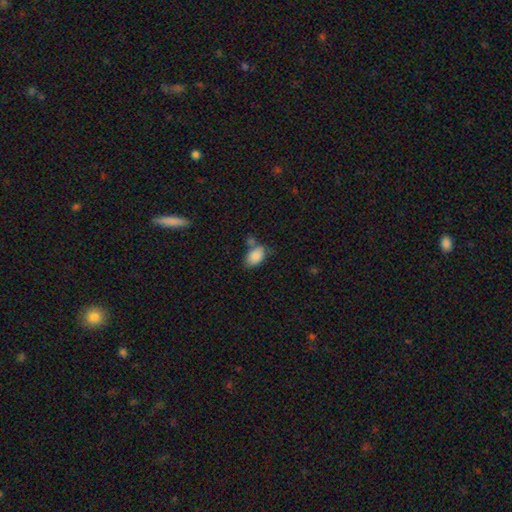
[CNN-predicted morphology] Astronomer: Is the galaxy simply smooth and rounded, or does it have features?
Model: smooth — 86%.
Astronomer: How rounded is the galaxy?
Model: in between — 89%.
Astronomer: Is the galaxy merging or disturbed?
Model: none — 50%.